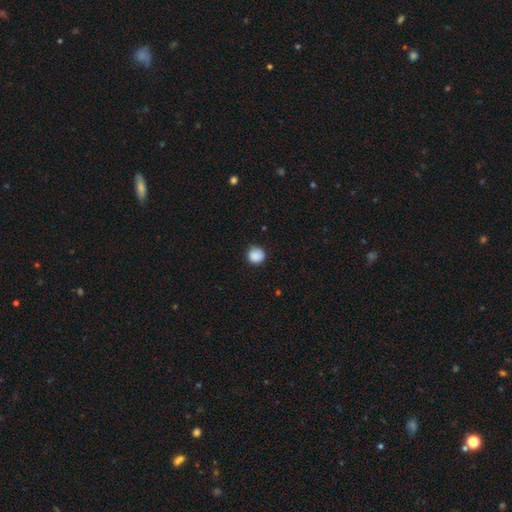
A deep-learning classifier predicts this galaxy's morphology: Smooth or featured: smooth — 89% (star or artifact — 9%)
How rounded: round — 92% (in between — 7%)
Merging: none — 87% (minor disturbance — 10%)